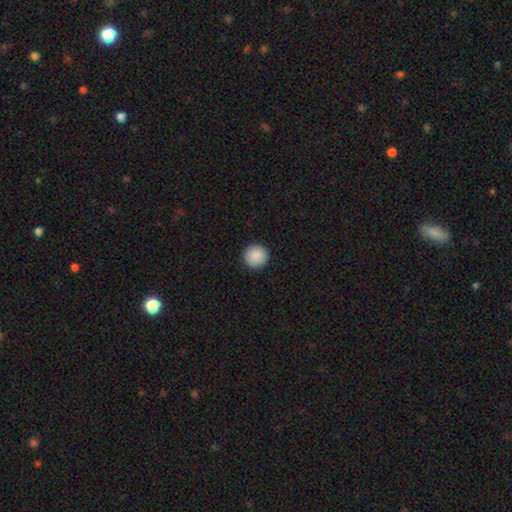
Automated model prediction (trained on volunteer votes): smooth_or_featured: smooth (p=0.90) [alt: star or artifact p=0.07]
how_rounded: round (p=0.96) [alt: in between p=0.03]
merging: none (p=0.93) [alt: minor disturbance p=0.04]